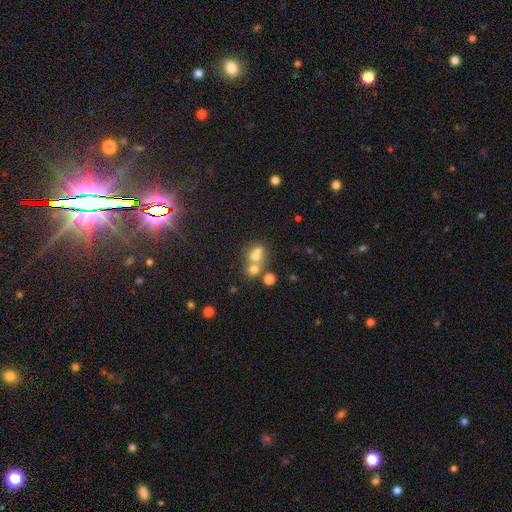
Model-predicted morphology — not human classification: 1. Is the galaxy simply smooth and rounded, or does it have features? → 62% smooth, 22% featured or disk, 17% star or artifact.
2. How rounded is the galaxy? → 67% round, 32% in between, 1% cigar-shaped.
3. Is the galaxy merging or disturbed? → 59% merger, 31% none, 7% minor disturbance, 4% major disturbance.